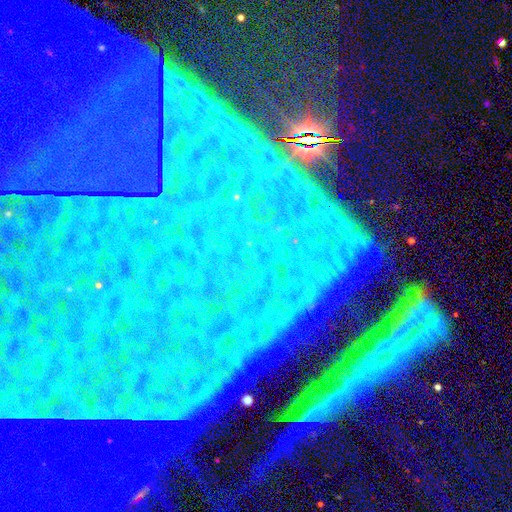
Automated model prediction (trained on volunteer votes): Smooth or featured? Predicted: star or artifact (p=0.85).